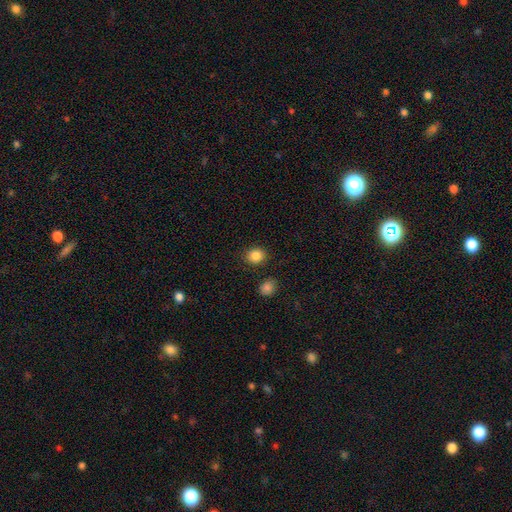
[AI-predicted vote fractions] Smooth or featured? Predicted: smooth (p=0.86). How rounded? Predicted: round (p=0.69). Merging? Predicted: none (p=0.86).